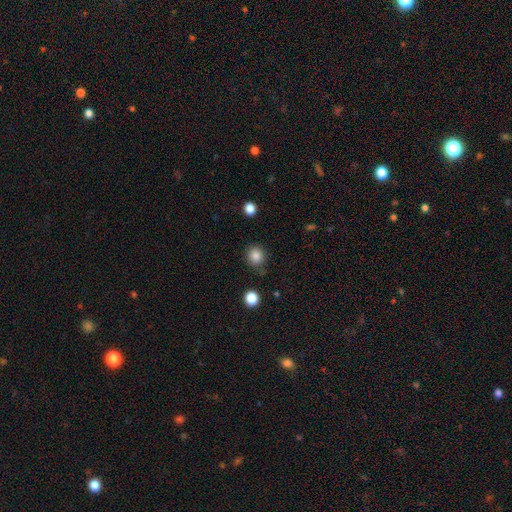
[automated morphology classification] Smooth or featured: smooth — 85% (star or artifact — 11%)
How rounded: round — 88% (in between — 11%)
Merging: none — 83% (minor disturbance — 11%)